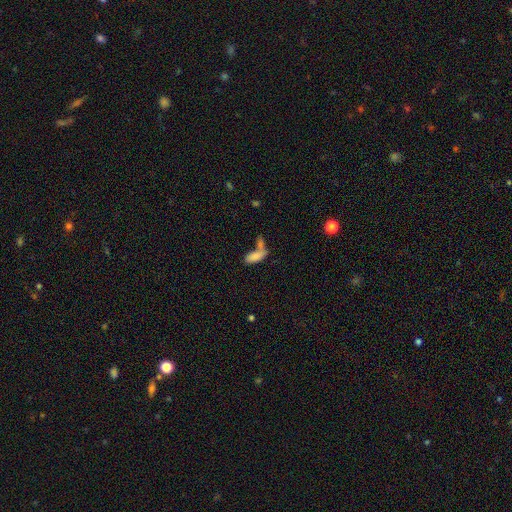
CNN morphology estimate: Smooth or featured? smooth (79%)
How rounded? in between (78%)
Merging? merger (51%)